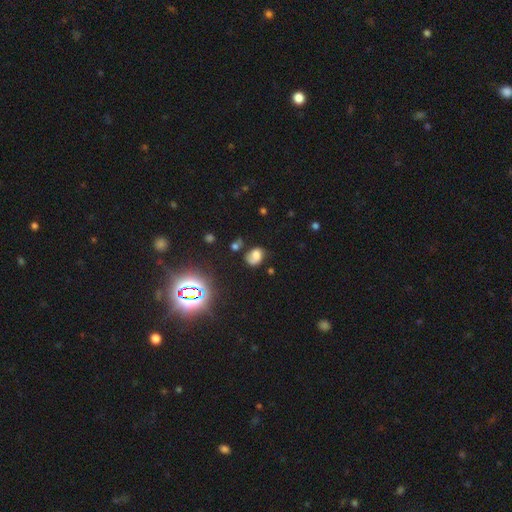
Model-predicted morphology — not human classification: Smooth or featured?
  - smooth: 60% *
  - featured or disk: 22%
  - star or artifact: 18%
How rounded?
  - in between: 57% *
  - round: 42%
  - cigar-shaped: 1%
Merging?
  - none: 47% *
  - minor disturbance: 27%
  - major disturbance: 17%
  - merger: 10%